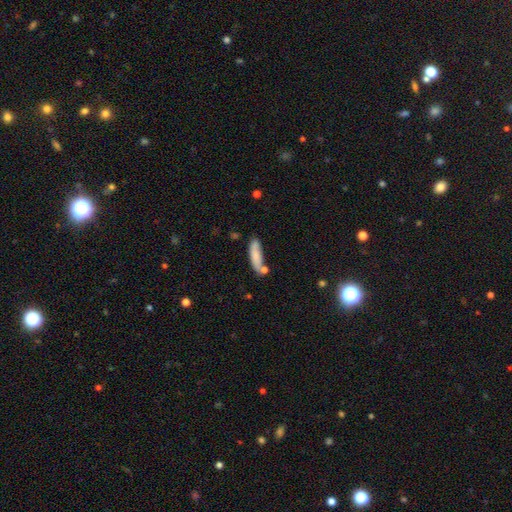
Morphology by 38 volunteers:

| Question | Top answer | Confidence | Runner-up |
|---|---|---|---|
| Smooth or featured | smooth | 82% | featured or disk (11%) |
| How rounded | cigar-shaped | 65% | in between (32%) |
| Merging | none | 57% | minor disturbance (34%) |